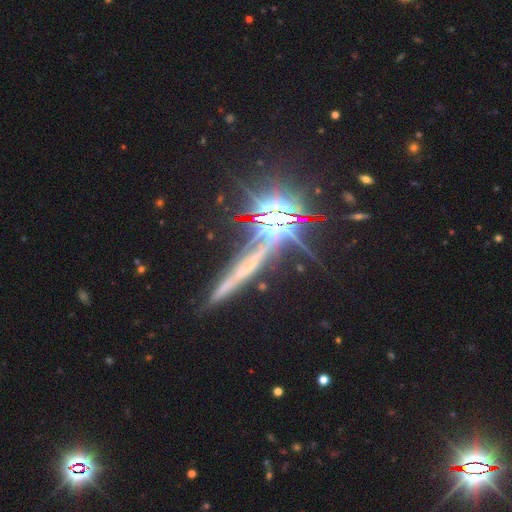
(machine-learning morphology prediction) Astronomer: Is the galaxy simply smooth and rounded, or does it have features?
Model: star or artifact — 49% (runner-up: featured or disk, 35%).